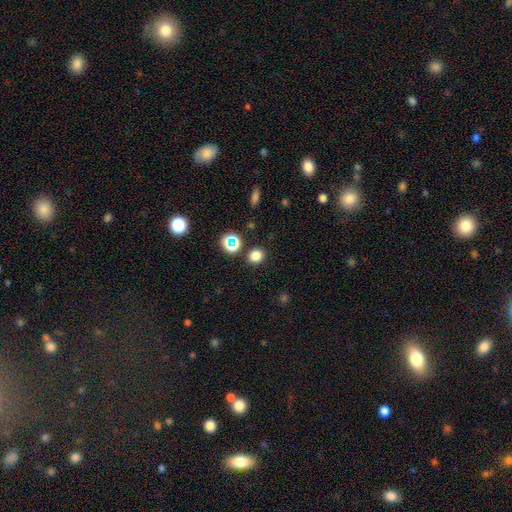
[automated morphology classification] A smooth galaxy with no disk features (77%) that is round (83%). Merging: none (87%).